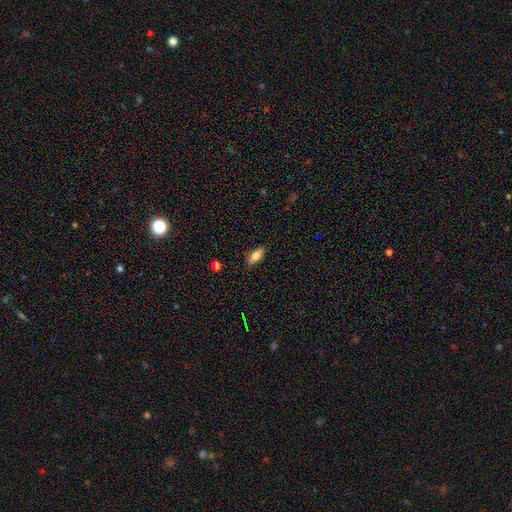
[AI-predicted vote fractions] Smooth or featured? Predicted: smooth (p=0.78). How rounded? Predicted: in between (p=0.76). Merging? Predicted: none (p=0.85).